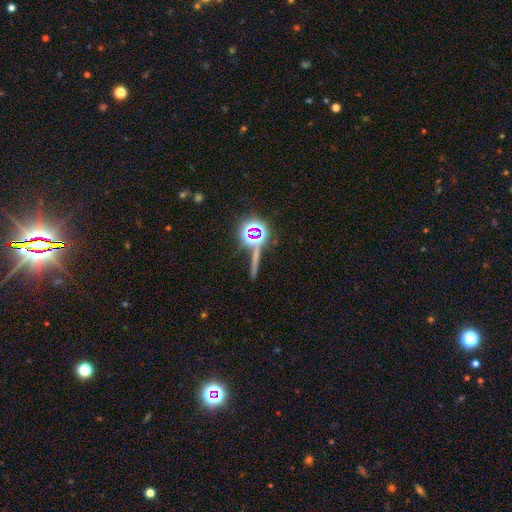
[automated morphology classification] This appears to be a star or artifact, not a galaxy (56%).